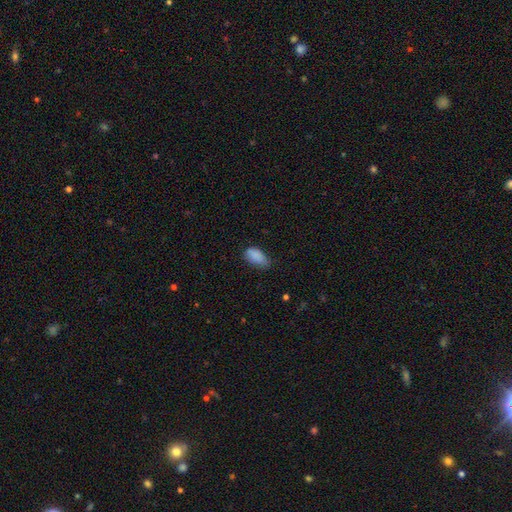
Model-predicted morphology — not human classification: This appears to be a smooth galaxy with no disk features (87%) that is in between round and cigar-shaped (92%). Merging: none (58%).